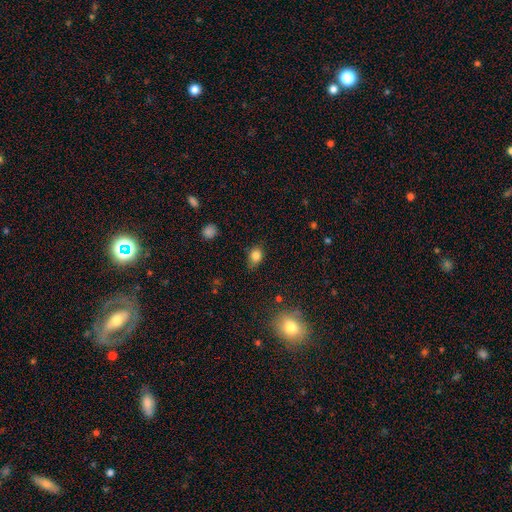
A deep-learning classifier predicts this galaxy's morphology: This appears to be a smooth galaxy with no disk features (83%) that is in between round and cigar-shaped (61%). Merging: none (71%).